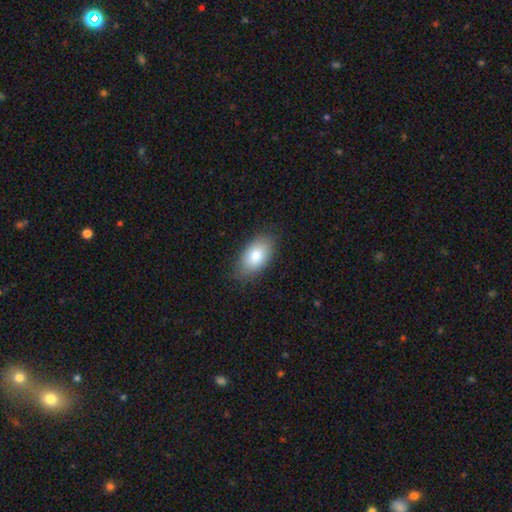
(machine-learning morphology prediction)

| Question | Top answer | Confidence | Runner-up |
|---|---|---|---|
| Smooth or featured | smooth | 82% | featured or disk (11%) |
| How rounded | in between | 93% | round (4%) |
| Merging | none | 81% | minor disturbance (15%) |